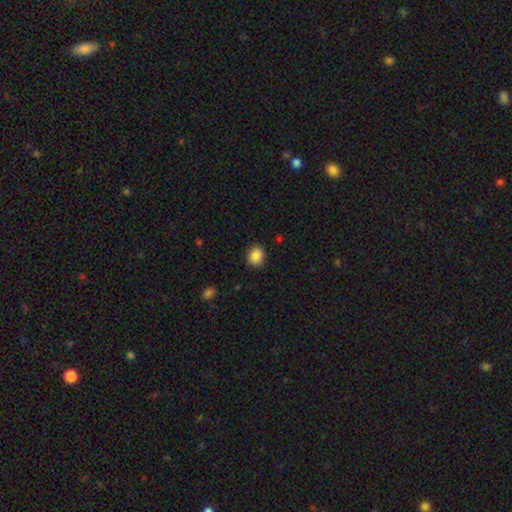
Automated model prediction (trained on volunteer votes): Overall: smooth (87%). How rounded: round (72%). Merging: none (86%).